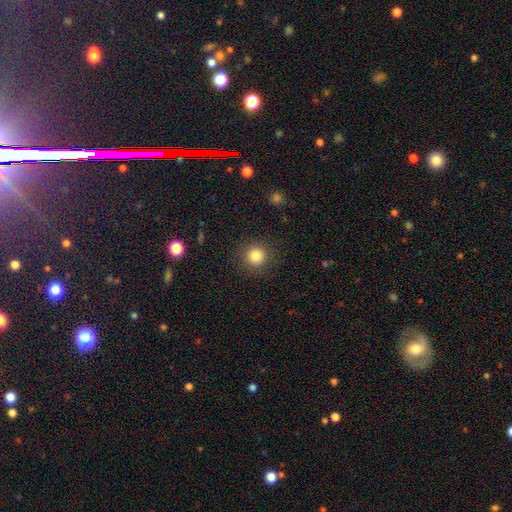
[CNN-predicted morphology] smooth-or-featured: smooth: 84% | star or artifact: 11% | featured or disk: 5%
  how-rounded: round: 93% | in between: 6% | cigar-shaped: 1%
  merging: none: 88% | minor disturbance: 7% | major disturbance: 3% | merger: 1%